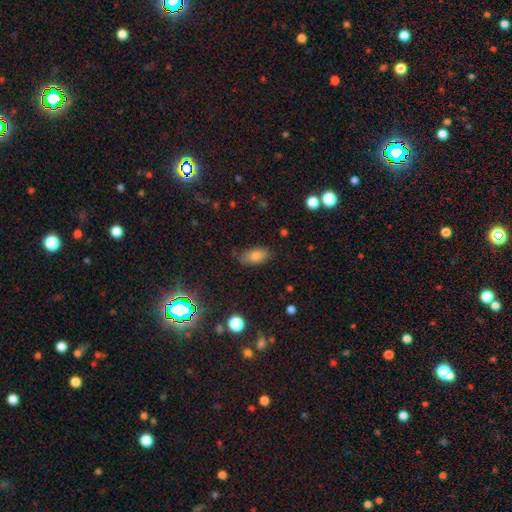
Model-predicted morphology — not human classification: Smooth or featured? Predicted: smooth (p=0.77). How rounded? Predicted: in between (p=0.90). Merging? Predicted: none (p=0.76).